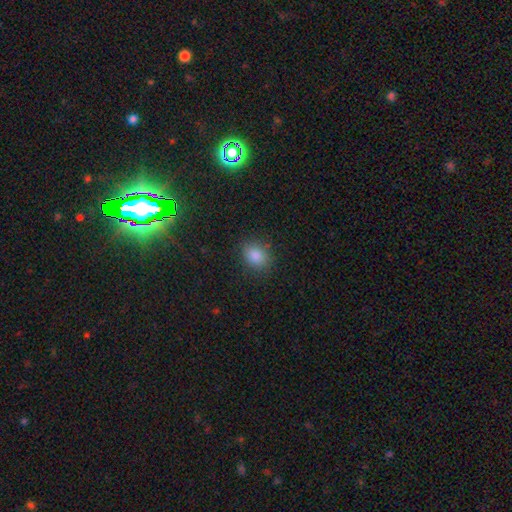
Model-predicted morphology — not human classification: This appears to be a smooth galaxy with no disk features (85%) that is round (51%). Merging: none (83%).